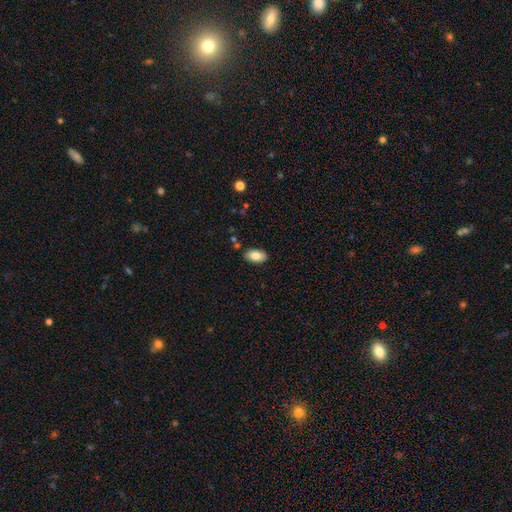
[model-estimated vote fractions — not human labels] The model was most divided on "smooth or featured": smooth: 83%, featured or disk: 10%, star or artifact: 7%. More confident: how rounded — in between (93%); merging — none (85%).